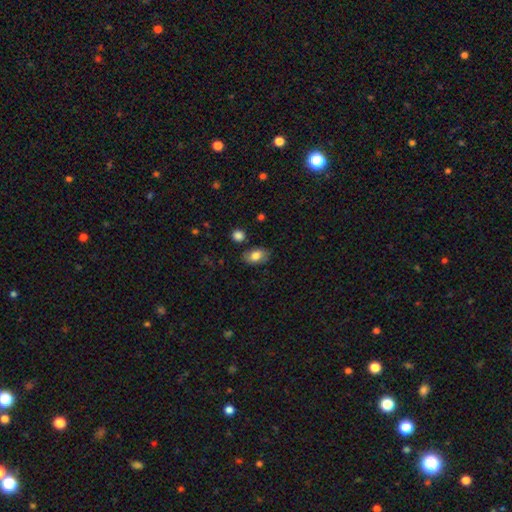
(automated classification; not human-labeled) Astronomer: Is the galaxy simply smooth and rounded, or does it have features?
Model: smooth — 79%.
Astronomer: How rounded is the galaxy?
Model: in between — 89%.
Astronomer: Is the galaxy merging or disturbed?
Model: none — 79%.